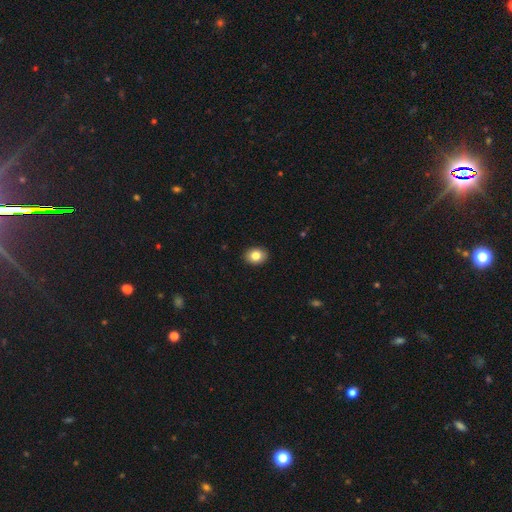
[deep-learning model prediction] Smooth or featured: smooth — 83% (star or artifact — 9%)
How rounded: in between — 57% (round — 42%)
Merging: none — 91% (minor disturbance — 7%)